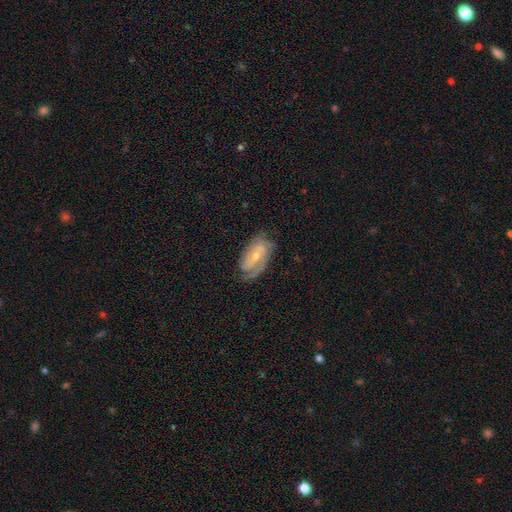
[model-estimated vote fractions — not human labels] This is likely a featured or disk galaxy (78%). It is clearly not viewed edge-on (95%). Bar: possibly no (47%). Spiral arm pattern: clearly yes (93%). Spiral arm count: possibly 2 (52%). Spiral winding: possibly tight (50%). Central bulge: likely small (61%). Merging: likely none (70%).